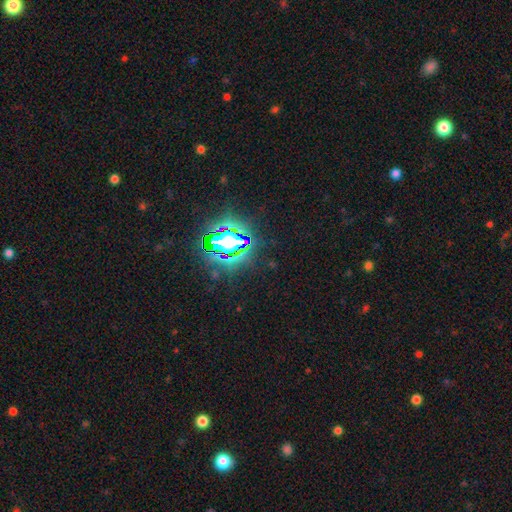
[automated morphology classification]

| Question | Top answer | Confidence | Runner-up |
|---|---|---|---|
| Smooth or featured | star or artifact | 83% | smooth (10%) |